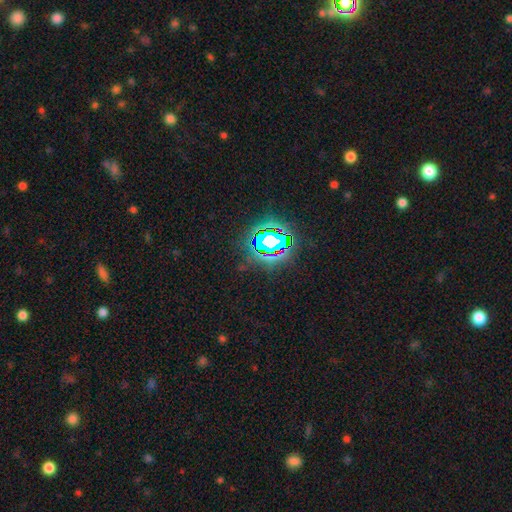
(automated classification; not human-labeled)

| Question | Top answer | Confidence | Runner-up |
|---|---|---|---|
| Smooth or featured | star or artifact | 81% | smooth (12%) |